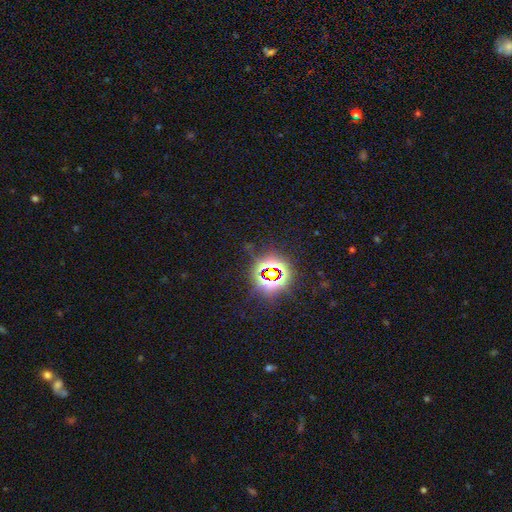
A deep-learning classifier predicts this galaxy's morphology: smooth-or-featured: star or artifact: 81% | smooth: 12% | featured or disk: 7%